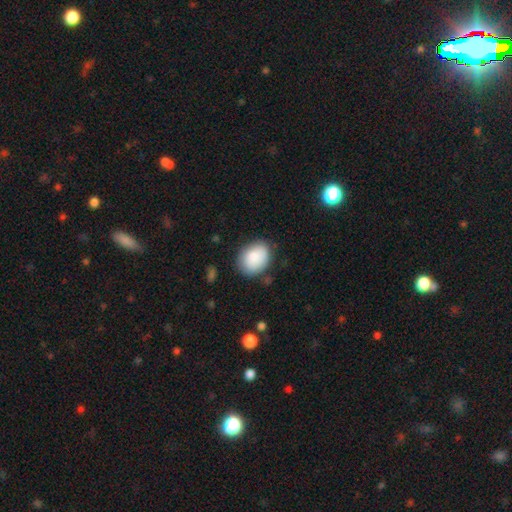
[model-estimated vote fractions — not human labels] This appears to be a smooth galaxy with no disk features (86%) that is in between round and cigar-shaped (62%). Merging: none (75%).